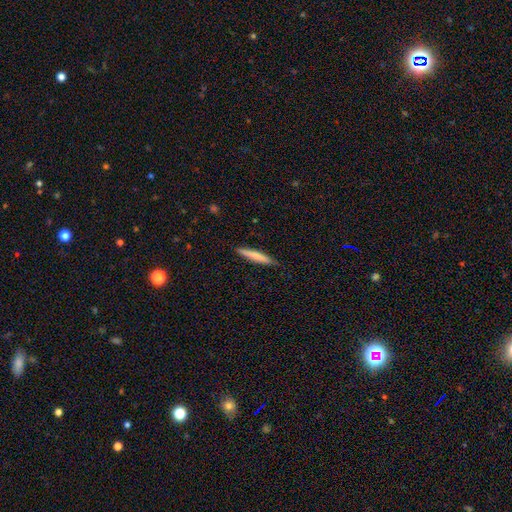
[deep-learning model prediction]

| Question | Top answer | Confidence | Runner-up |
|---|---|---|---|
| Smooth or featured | smooth | 71% | featured or disk (23%) |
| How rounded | cigar-shaped | 94% | in between (5%) |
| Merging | none | 86% | minor disturbance (11%) |